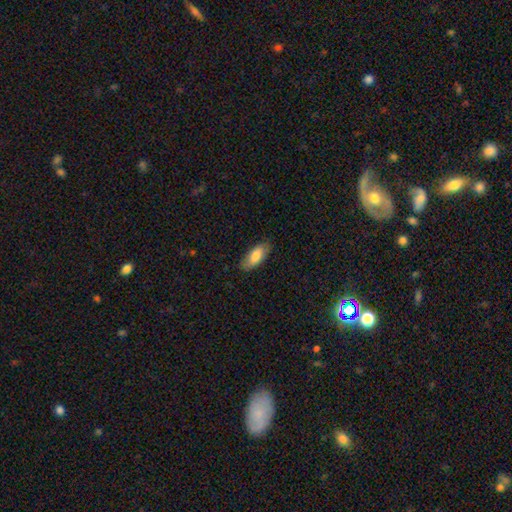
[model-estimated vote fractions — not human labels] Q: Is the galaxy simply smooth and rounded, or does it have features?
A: smooth — 81%.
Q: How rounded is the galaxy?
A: in between — 81%.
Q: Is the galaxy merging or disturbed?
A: none — 79%.